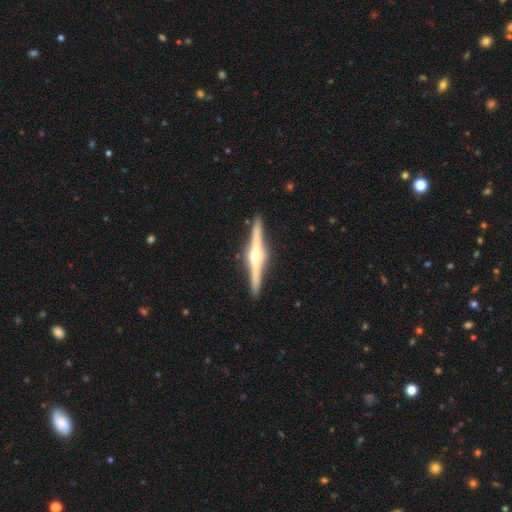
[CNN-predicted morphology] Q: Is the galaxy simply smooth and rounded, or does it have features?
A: featured or disk — 81%.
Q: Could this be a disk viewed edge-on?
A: yes — 98%.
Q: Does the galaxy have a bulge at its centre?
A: rounded — 93%.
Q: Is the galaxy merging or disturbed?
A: none — 91%.